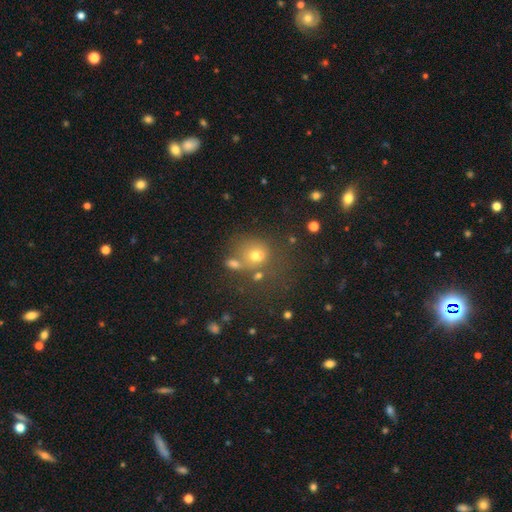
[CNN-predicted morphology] Smooth or featured?
  - smooth: 64% *
  - star or artifact: 19%
  - featured or disk: 17%
How rounded?
  - round: 72% *
  - in between: 27%
  - cigar-shaped: 1%
Merging?
  - none: 48% *
  - merger: 28%
  - minor disturbance: 15%
  - major disturbance: 10%